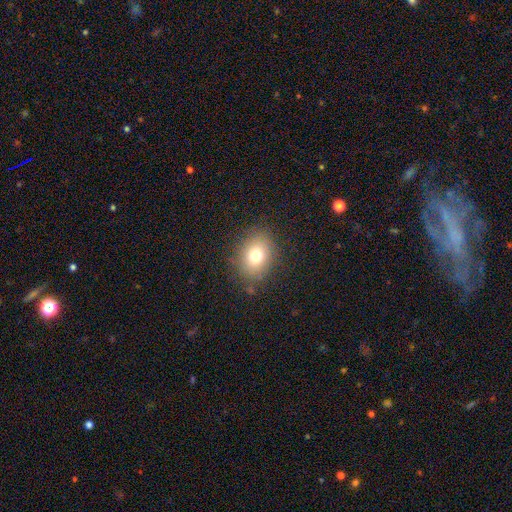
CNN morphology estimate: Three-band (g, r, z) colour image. It shows a smooth galaxy with no disk features (75%) that is in between round and cigar-shaped (52%). Merging: none (83%).